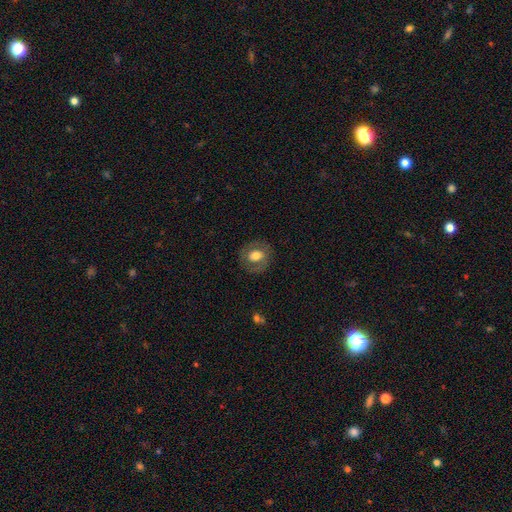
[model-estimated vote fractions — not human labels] Smooth or featured?
  - smooth: 52% *
  - featured or disk: 40%
  - star or artifact: 7%
How rounded?
  - round: 70% *
  - in between: 29%
  - cigar-shaped: 1%
Merging?
  - none: 80% *
  - minor disturbance: 13%
  - major disturbance: 6%
  - merger: 1%